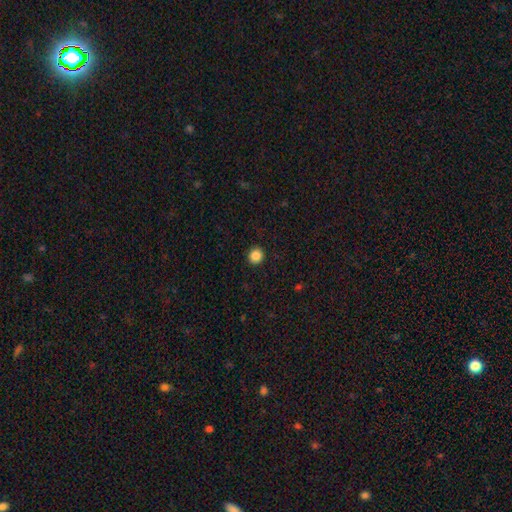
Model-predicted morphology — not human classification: Overall: smooth (86%). How rounded: round (89%). Merging: none (92%).